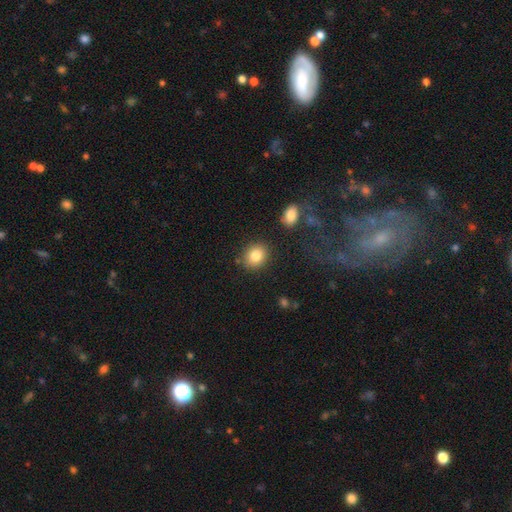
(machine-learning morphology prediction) Smooth or featured? smooth (82%)
How rounded? round (68%)
Merging? none (85%)